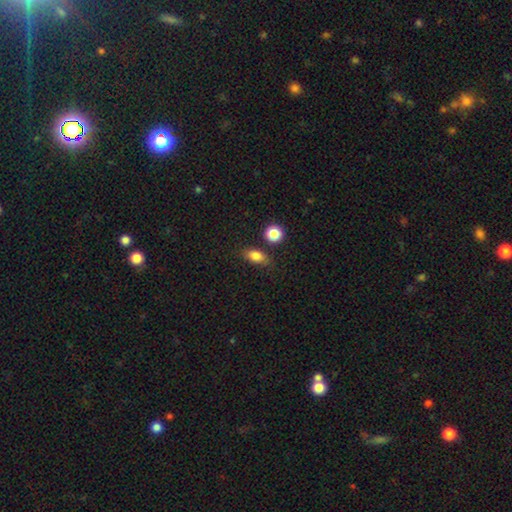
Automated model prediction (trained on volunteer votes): The model was most divided on "merging": none: 74%, minor disturbance: 16%, merger: 6%, major disturbance: 4%. More confident: smooth or featured — smooth (82%); how rounded — in between (77%).